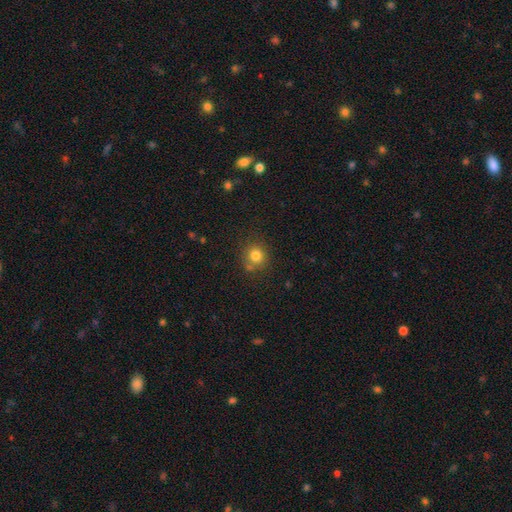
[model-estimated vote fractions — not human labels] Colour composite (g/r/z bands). It shows a smooth galaxy with no disk features (80%) that is round (90%). Merging: none (74%).